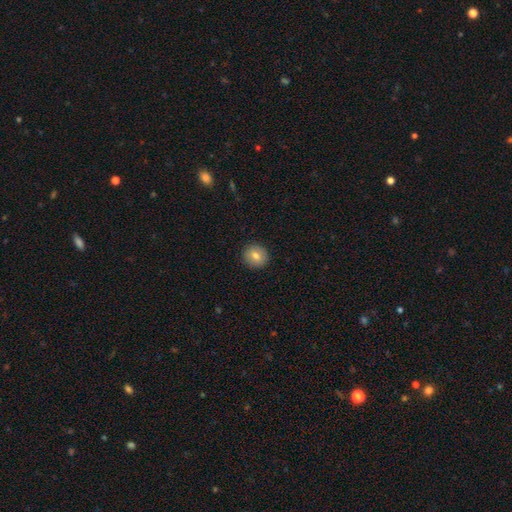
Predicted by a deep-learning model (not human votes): A smooth galaxy with no disk features (77%) that is round (88%). Merging: none (91%).